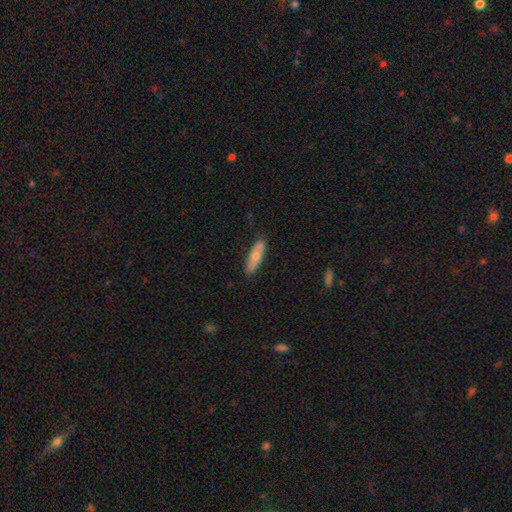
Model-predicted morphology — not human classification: Overall: smooth (71%). How rounded: cigar-shaped (56%; in between 42%). Merging: none (83%).